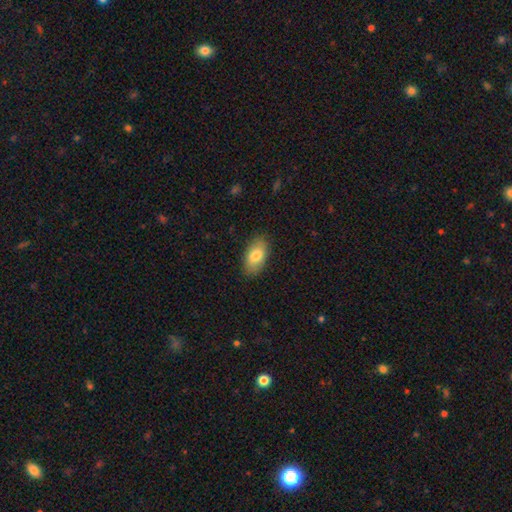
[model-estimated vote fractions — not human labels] Morphology: type=smooth (81%); roundness=in between (93%); merging=none (86%).